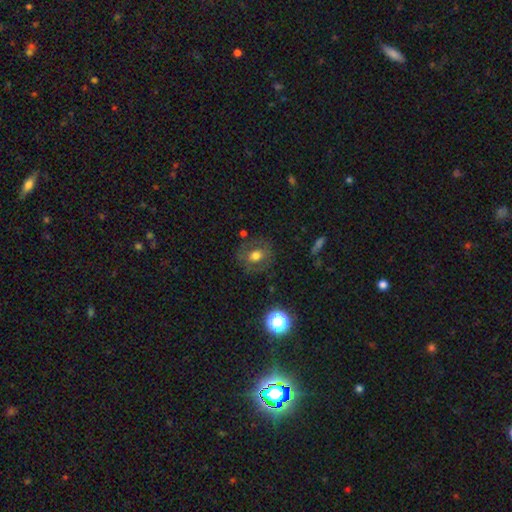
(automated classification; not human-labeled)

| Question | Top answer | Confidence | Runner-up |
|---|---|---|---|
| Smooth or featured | smooth | 57% | featured or disk (30%) |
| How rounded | round | 66% | in between (33%) |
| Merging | none | 76% | minor disturbance (14%) |